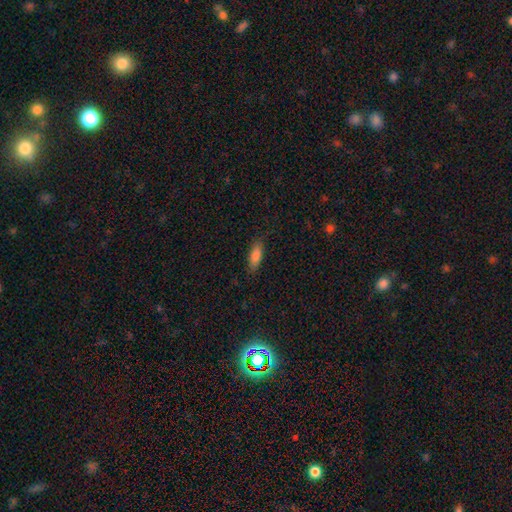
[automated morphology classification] smooth 84%, featured or disk 9%, star or artifact 7%. Down the decision tree: how rounded — in between (64%); merging — none (82%).